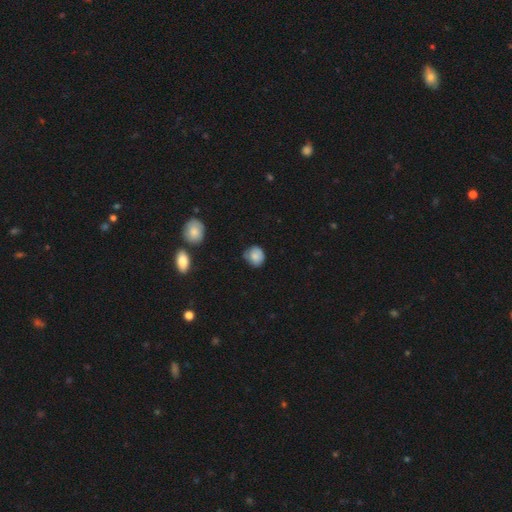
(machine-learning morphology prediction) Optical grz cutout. It shows a smooth galaxy with no disk features (82%) that is round (77%). Merging: none (64%).